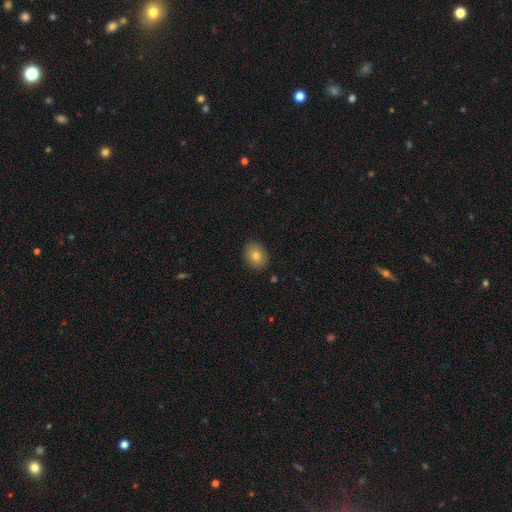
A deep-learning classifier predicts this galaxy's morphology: Q: Smooth or featured?
A: smooth (78%); runner-up: featured or disk (12%)
Q: How rounded?
A: in between (56%); runner-up: round (43%)
Q: Merging?
A: none (89%); runner-up: minor disturbance (8%)